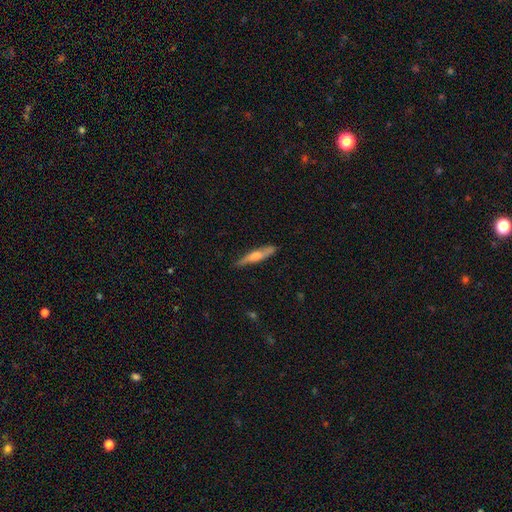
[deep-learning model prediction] Overall: featured or disk (53%; smooth 42%). Edge-on disk: yes (90%). Merging: none (84%).